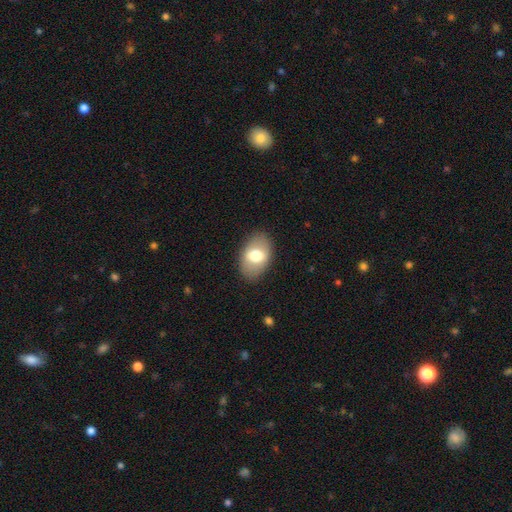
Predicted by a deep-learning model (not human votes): Smooth or featured? Predicted: smooth (p=0.66). How rounded? Predicted: in between (p=0.87). Merging? Predicted: none (p=0.85).